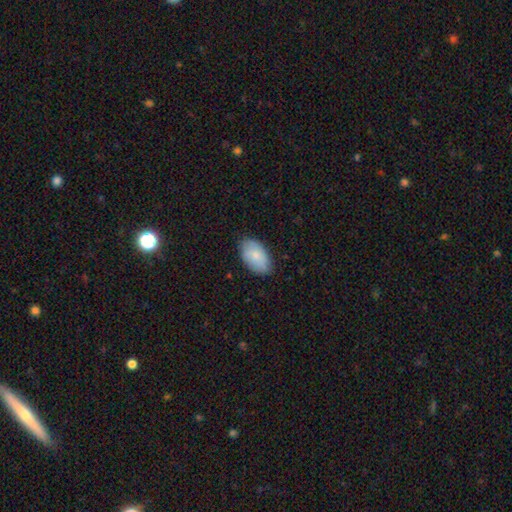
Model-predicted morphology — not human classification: Overall: smooth (81%). How rounded: in between (94%). Merging: none (82%).